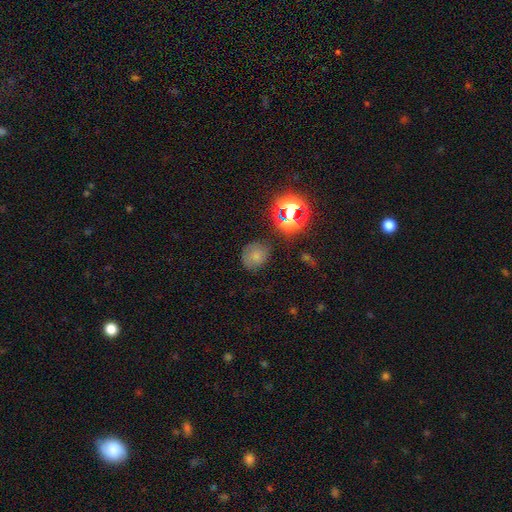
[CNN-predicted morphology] Q: Smooth or featured?
A: smooth (67%); runner-up: star or artifact (19%)
Q: How rounded?
A: round (76%); runner-up: in between (23%)
Q: Merging?
A: none (70%); runner-up: minor disturbance (20%)